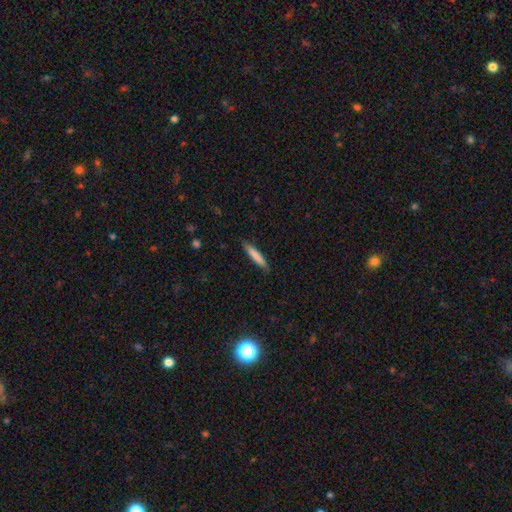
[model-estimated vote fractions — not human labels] Overall: smooth (79%). How rounded: cigar-shaped (91%). Merging: none (85%).